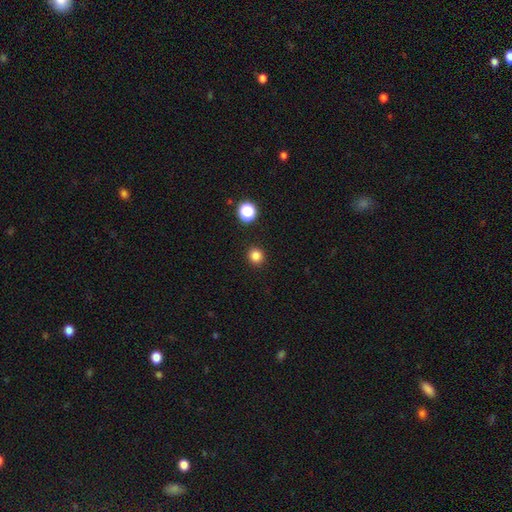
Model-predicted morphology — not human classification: Q: Smooth or featured?
A: smooth (83%); runner-up: star or artifact (13%)
Q: How rounded?
A: round (90%); runner-up: in between (9%)
Q: Merging?
A: none (92%); runner-up: minor disturbance (5%)